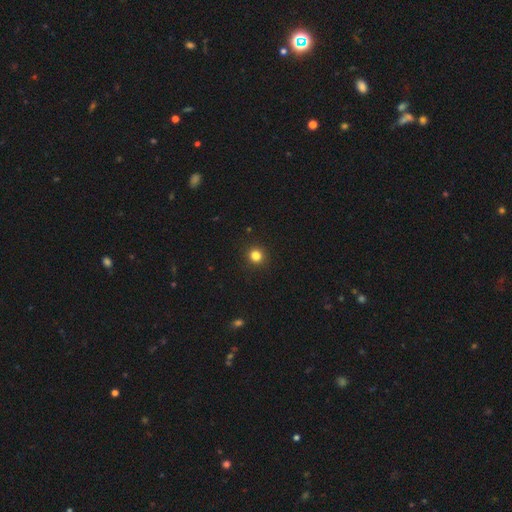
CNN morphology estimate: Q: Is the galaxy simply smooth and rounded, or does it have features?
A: smooth — 82%.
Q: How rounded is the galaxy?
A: round — 92%.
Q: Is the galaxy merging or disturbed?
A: none — 92%.